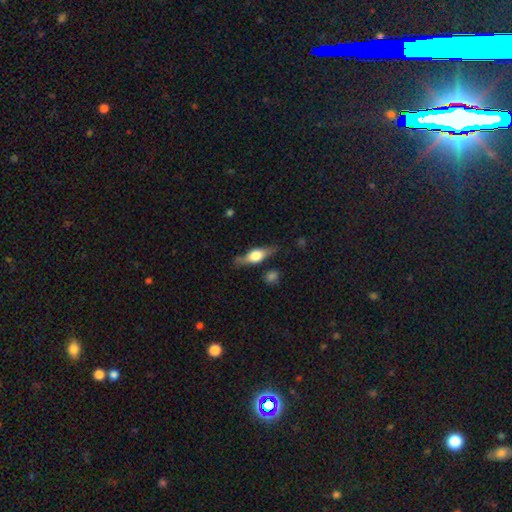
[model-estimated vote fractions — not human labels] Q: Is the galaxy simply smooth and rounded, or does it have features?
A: featured or disk — 55%.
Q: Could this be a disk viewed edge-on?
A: yes — 91%.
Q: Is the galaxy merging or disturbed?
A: none — 76%.